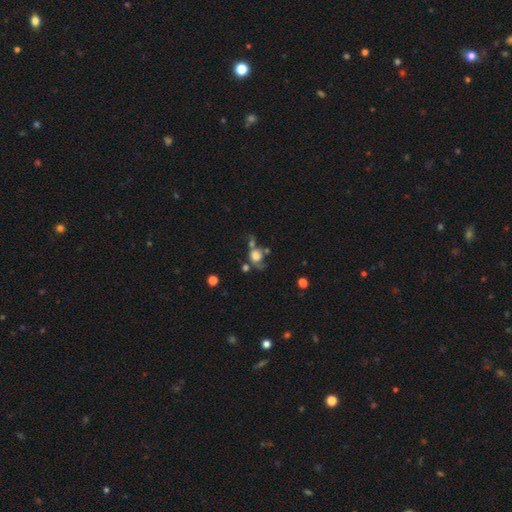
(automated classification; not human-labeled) This appears to be a smooth galaxy with no disk features (59%) that is round (70%). Merging: none (32%).